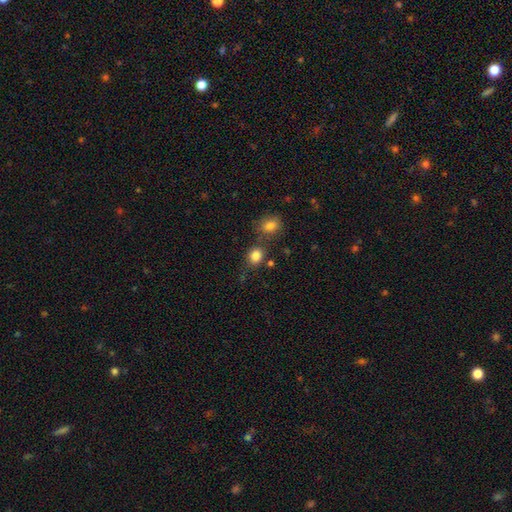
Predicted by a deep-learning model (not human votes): Smooth or featured? Predicted: smooth (p=0.84). How rounded? Predicted: round (p=0.57). Merging? Predicted: none (p=0.68).